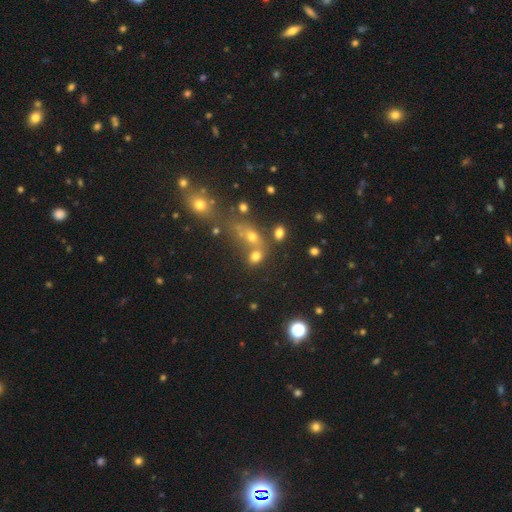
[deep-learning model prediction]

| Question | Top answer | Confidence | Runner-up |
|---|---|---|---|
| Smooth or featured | smooth | 62% | star or artifact (24%) |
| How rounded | in between | 49% | round (48%) |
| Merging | merger | 42% | tied: none (42%) |